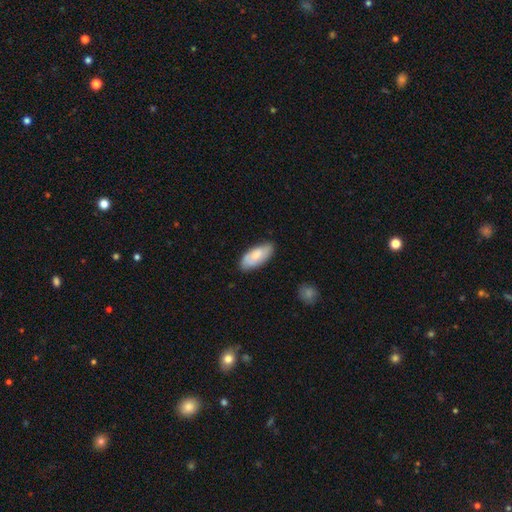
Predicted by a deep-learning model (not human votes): Smooth or featured? Predicted: smooth (p=0.75). How rounded? Predicted: in between (p=0.88). Merging? Predicted: none (p=0.78).